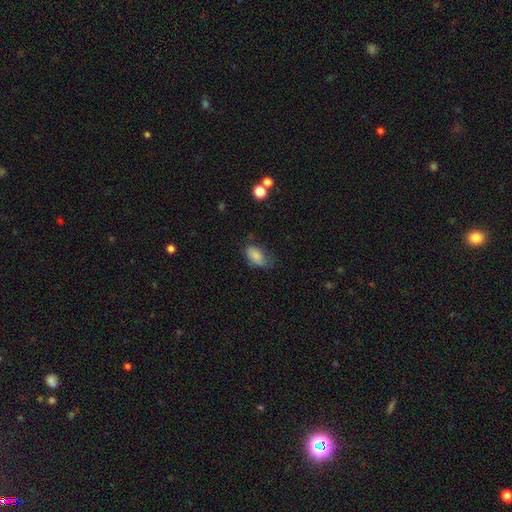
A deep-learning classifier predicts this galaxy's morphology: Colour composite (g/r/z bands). It shows a smooth galaxy with no disk features (83%) that is in between round and cigar-shaped (91%). Merging: none (55%).